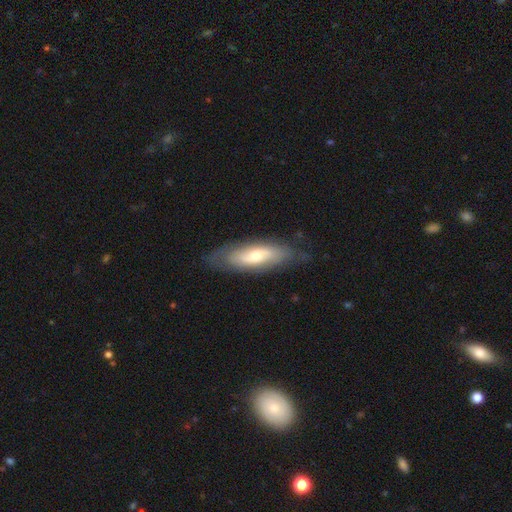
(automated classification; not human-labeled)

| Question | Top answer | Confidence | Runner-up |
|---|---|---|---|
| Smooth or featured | featured or disk | 51% | smooth (43%) |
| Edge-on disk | no | 68% | yes (32%) |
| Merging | none | 77% | minor disturbance (17%) |